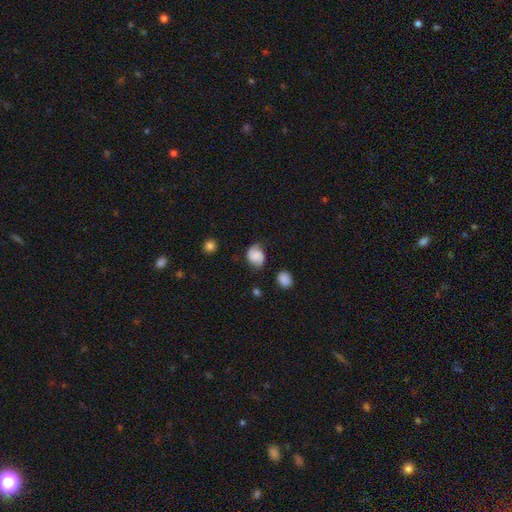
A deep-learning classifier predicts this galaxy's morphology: Overall: smooth (59%; featured or disk 32%). How rounded: round (55%; in between 44%). Merging: none (63%; minor disturbance 26%).